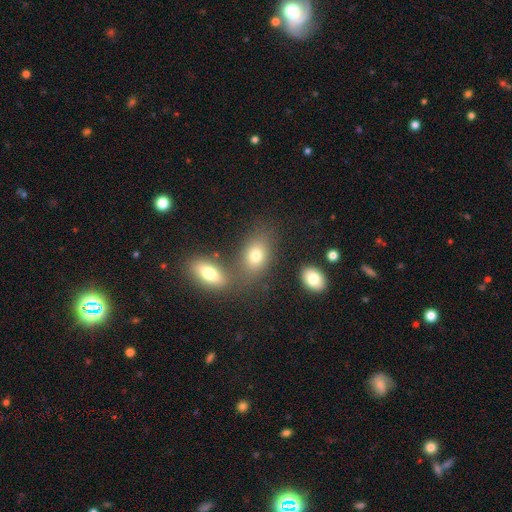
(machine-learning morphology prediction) This appears to be a smooth galaxy with no disk features (76%) that is in between round and cigar-shaped (76%). Merging: none (59%).